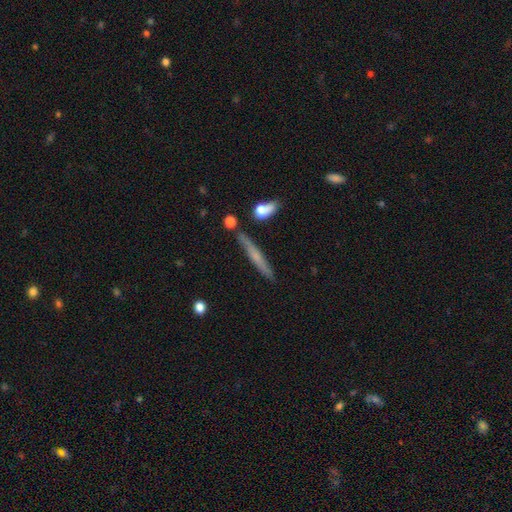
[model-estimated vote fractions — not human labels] featured or disk 47%, smooth 45%, star or artifact 7%. Down the decision tree: merging — none (81%).